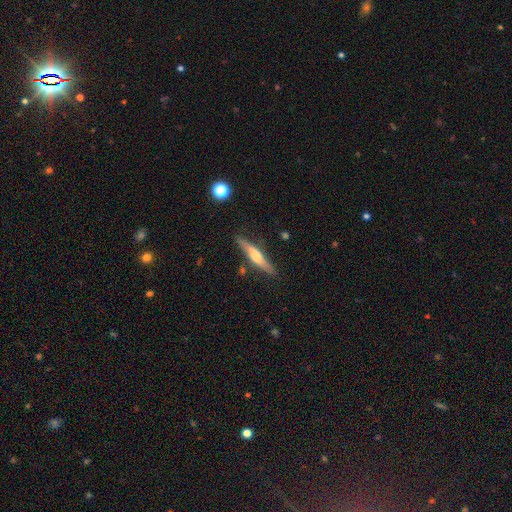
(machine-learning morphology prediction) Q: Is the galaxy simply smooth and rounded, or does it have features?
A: featured or disk — 52%.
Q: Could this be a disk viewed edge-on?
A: yes — 92%.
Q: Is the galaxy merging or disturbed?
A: none — 81%.